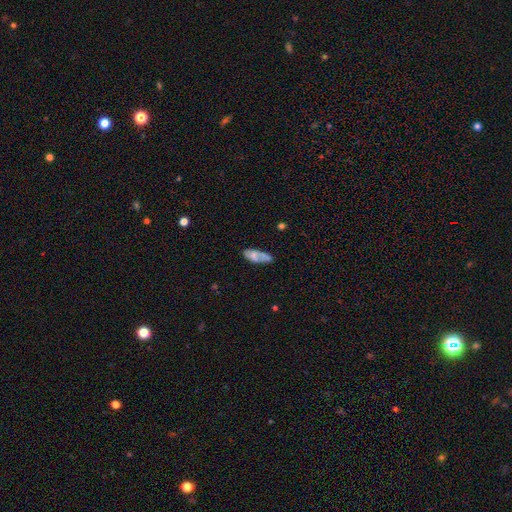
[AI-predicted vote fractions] Smooth or featured? smooth (57%)
How rounded? in between (79%)
Merging? none (48%)